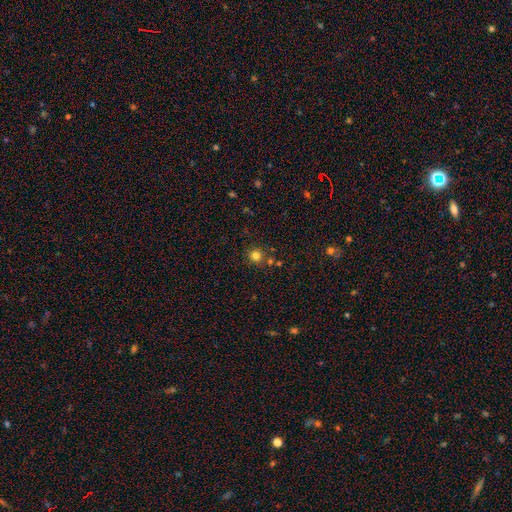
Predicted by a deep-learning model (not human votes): A smooth galaxy with no disk features (80%) that is round (93%). Merging: none (80%).